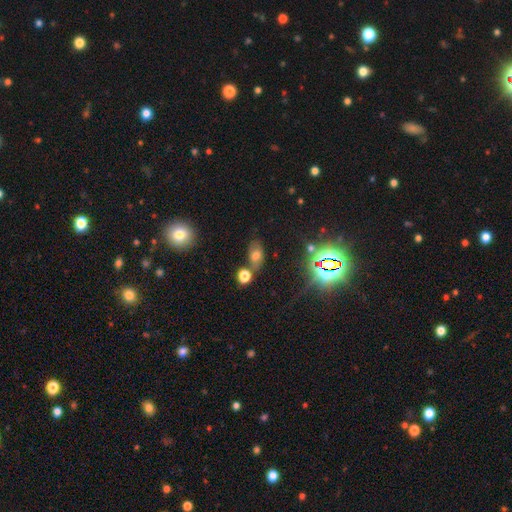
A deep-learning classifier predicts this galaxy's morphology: Overall: smooth (58%; star or artifact 25%). How rounded: in between (83%). Merging: none (62%).